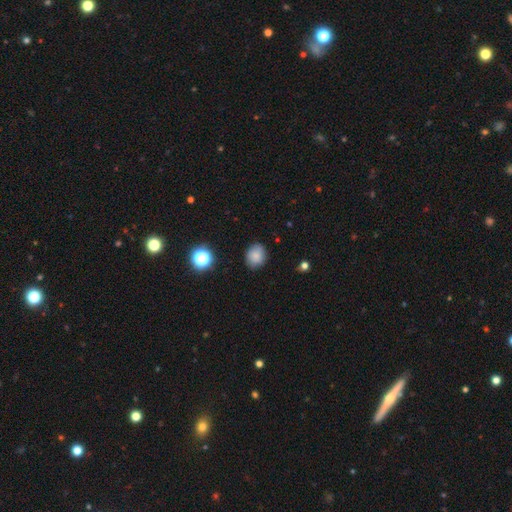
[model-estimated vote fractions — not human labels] A smooth galaxy with no disk features (83%) that is round (61%). Merging: none (84%).